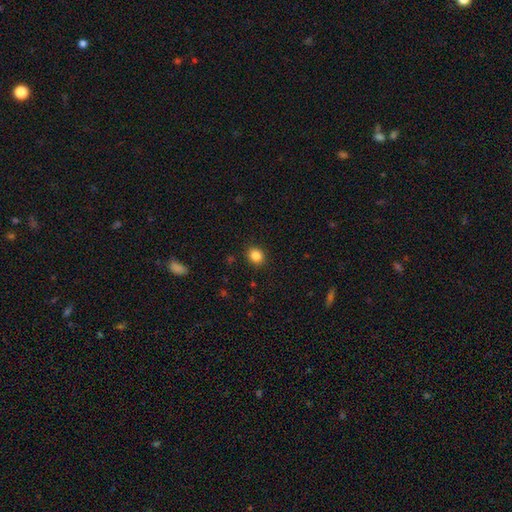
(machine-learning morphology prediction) Q: Smooth or featured?
A: smooth (85%); runner-up: star or artifact (11%)
Q: How rounded?
A: round (73%); runner-up: in between (26%)
Q: Merging?
A: none (90%); runner-up: minor disturbance (7%)